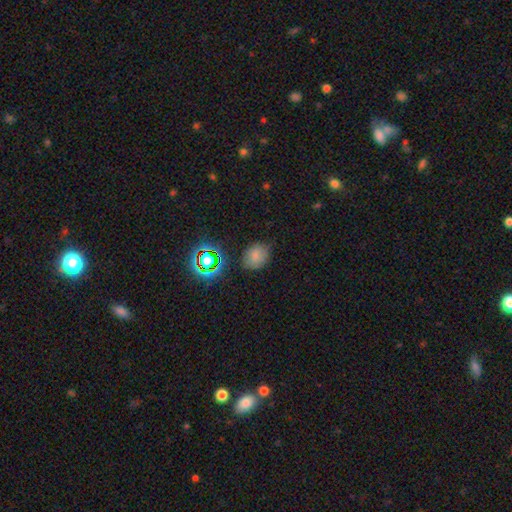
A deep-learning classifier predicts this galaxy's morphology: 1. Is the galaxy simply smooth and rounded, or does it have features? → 73% smooth, 18% star or artifact, 9% featured or disk.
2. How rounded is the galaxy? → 57% in between, 42% round, 1% cigar-shaped.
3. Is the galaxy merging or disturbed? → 77% none, 17% minor disturbance, 4% major disturbance, 2% merger.